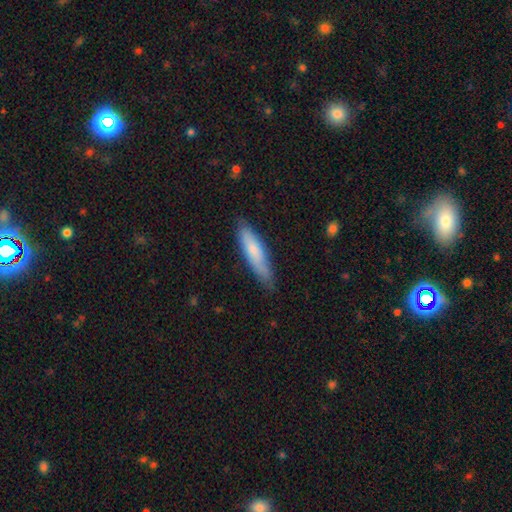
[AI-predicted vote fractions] This appears to be a smooth galaxy with no disk features (75%) that is cigar-shaped (72%). Merging: none (79%).